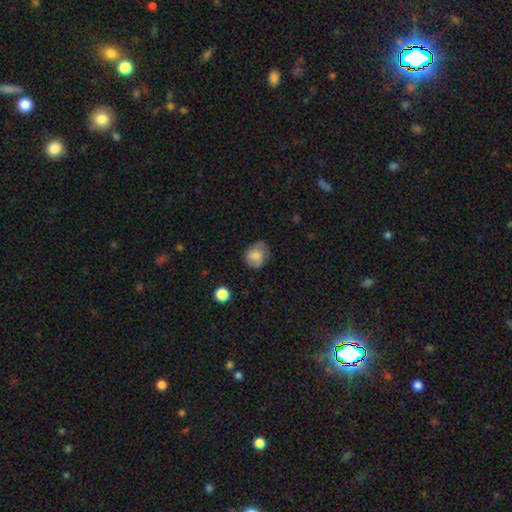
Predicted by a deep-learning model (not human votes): smooth-or-featured: smooth: 75% | featured or disk: 16% | star or artifact: 8%
  how-rounded: round: 66% | in between: 33% | cigar-shaped: 1%
  merging: none: 66% | minor disturbance: 25% | major disturbance: 7% | merger: 1%